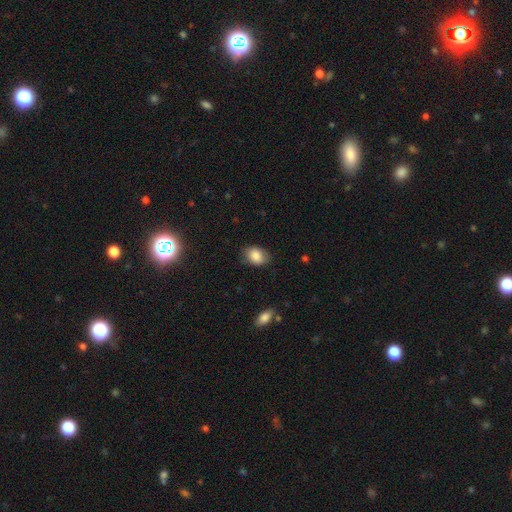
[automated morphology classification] smooth 86%, star or artifact 8%, featured or disk 6%. Down the decision tree: how rounded — in between (78%); merging — none (77%).